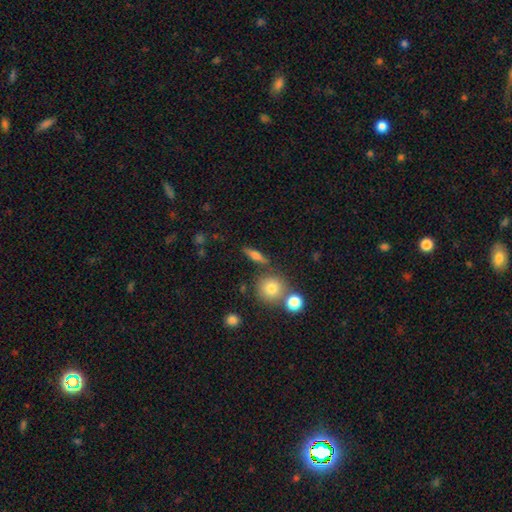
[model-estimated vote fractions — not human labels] smooth-or-featured: smooth: 56% | featured or disk: 33% | star or artifact: 11%
  how-rounded: cigar-shaped: 44% | in between: 37% | round: 19%
  merging: none: 79% | minor disturbance: 10% | merger: 7% | major disturbance: 4%